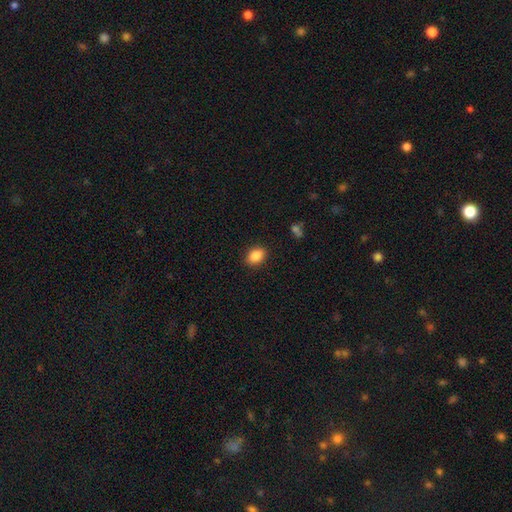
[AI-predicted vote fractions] A smooth galaxy with no disk features (87%) that is in between round and cigar-shaped (76%).

Vote fractions:
- Smooth or featured? smooth: 87% / star or artifact: 8% / featured or disk: 4%
- How rounded? in between: 76% / round: 23% / cigar-shaped: 1%
- Merging? none: 88% / minor disturbance: 8% / major disturbance: 2% / merger: 1%